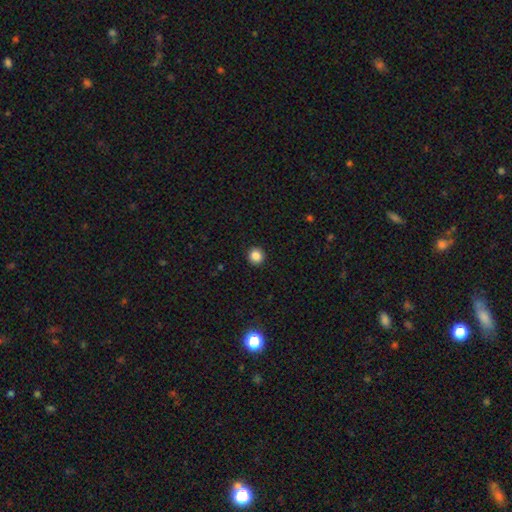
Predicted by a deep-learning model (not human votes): A smooth galaxy with no disk features (86%) that is round (94%). Merging: none (93%).